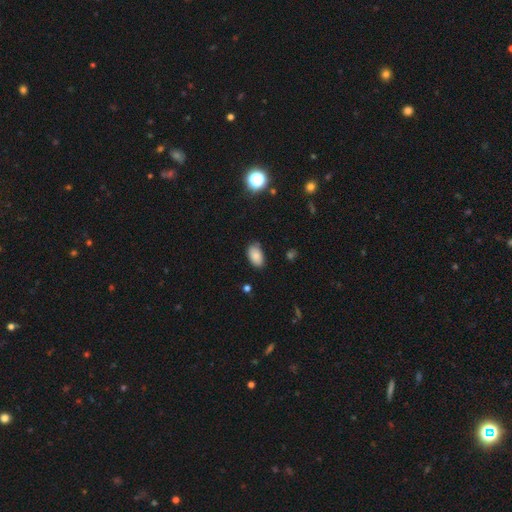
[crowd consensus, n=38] Volunteers were most divided on "merging": none: 69%, minor disturbance: 25%, major disturbance: 3%, merger: 3%. More confident: how rounded — in between (94%); smooth or featured — smooth (92%).